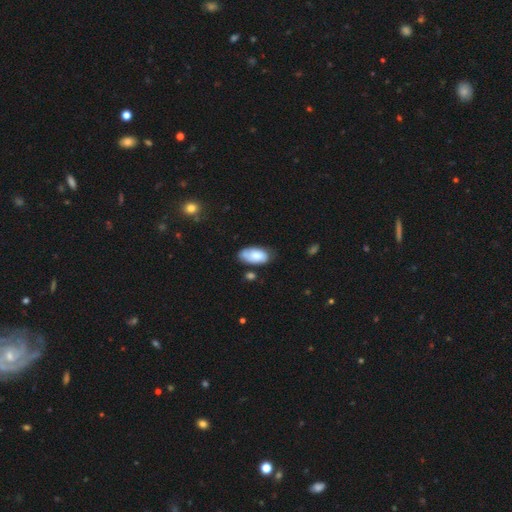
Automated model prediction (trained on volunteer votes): smooth 73%, featured or disk 20%, star or artifact 7%. Down the decision tree: how rounded — in between (94%); merging — none (60%).